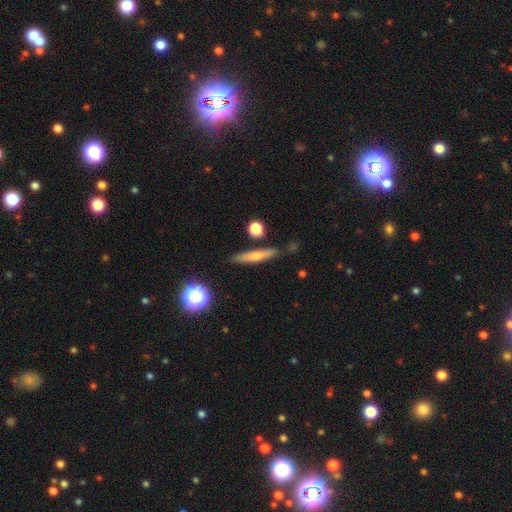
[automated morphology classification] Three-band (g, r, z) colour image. It shows a smooth galaxy with no disk features (58%) that is cigar-shaped (87%). Merging: none (82%).